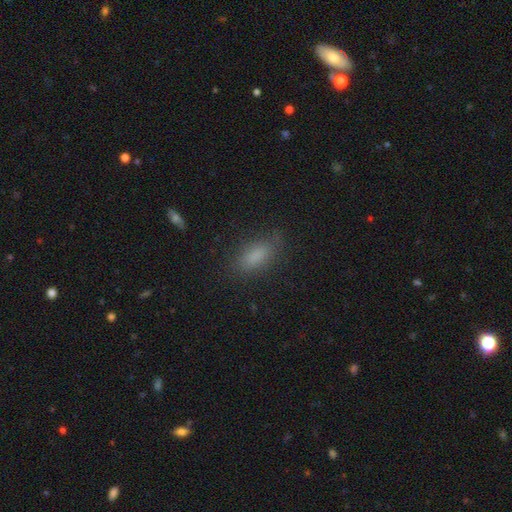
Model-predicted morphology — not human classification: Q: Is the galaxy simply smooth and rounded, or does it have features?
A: smooth — 81%.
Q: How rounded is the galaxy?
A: in between — 76%.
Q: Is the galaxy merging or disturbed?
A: none — 80%.